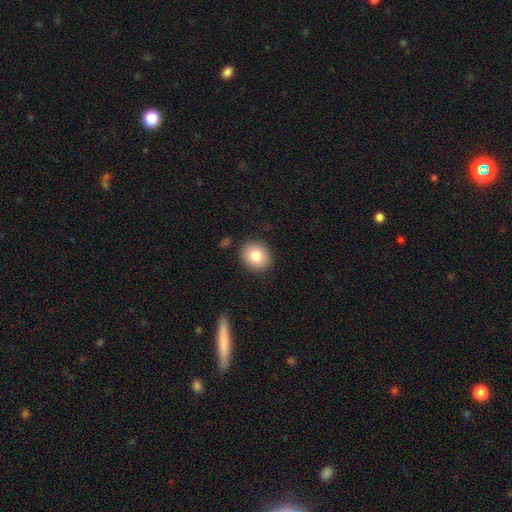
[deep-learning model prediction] A smooth galaxy with no disk features (81%) that is round (77%). Merging: none (88%).